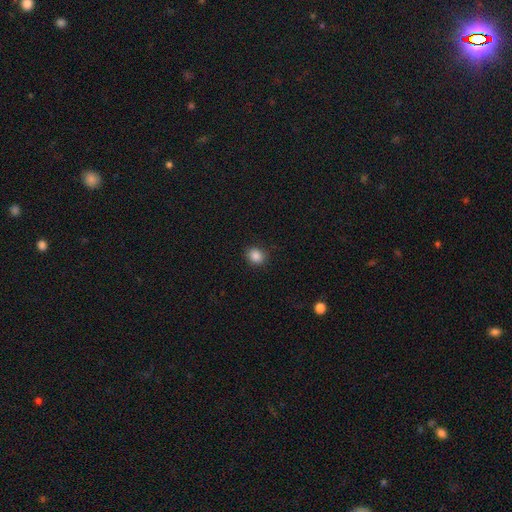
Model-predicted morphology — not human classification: A smooth galaxy with no disk features (86%) that is round (62%).

Vote fractions:
- Smooth or featured? smooth: 86% / star or artifact: 10% / featured or disk: 4%
- How rounded? round: 62% / in between: 37% / cigar-shaped: 1%
- Merging? none: 88% / minor disturbance: 9% / major disturbance: 2% / merger: 1%